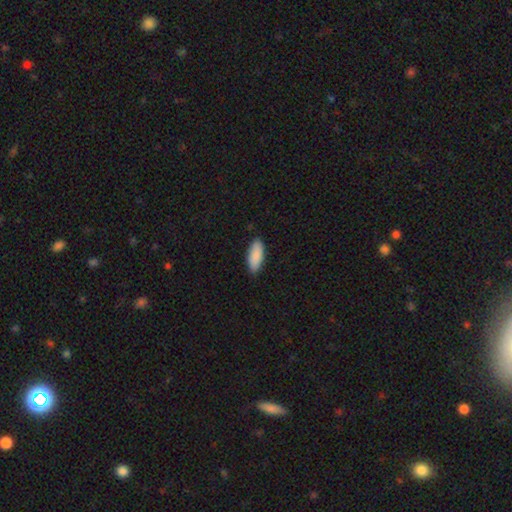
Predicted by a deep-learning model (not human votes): Overall: smooth (89%). How rounded: in between (82%). Merging: none (87%).